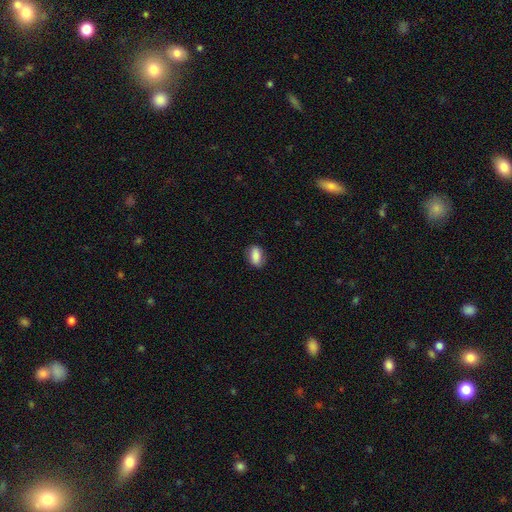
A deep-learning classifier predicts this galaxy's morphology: This appears to be a smooth galaxy with no disk features (82%) that is in between round and cigar-shaped (86%). Merging: none (82%).